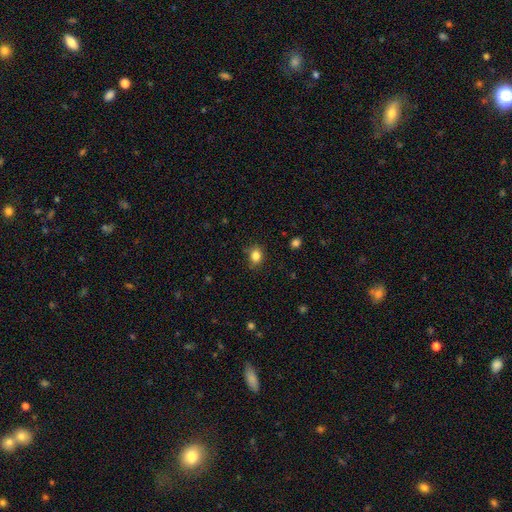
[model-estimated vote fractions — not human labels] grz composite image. It shows a smooth galaxy with no disk features (84%) that is in between round and cigar-shaped (58%). Merging: none (83%).